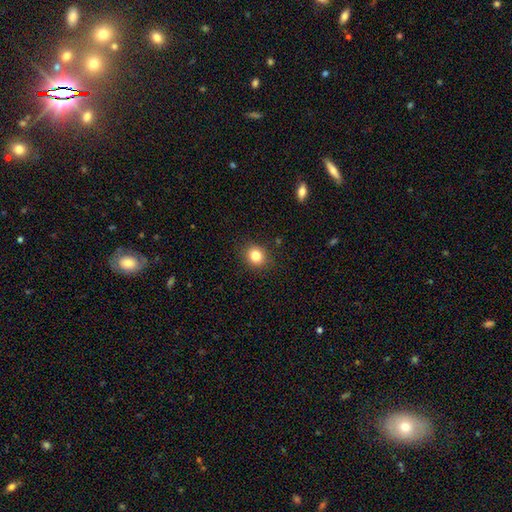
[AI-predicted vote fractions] The model was most divided on "how rounded": round: 75%, in between: 25%, cigar-shaped: 1%. More confident: merging — none (89%); smooth or featured — smooth (83%).